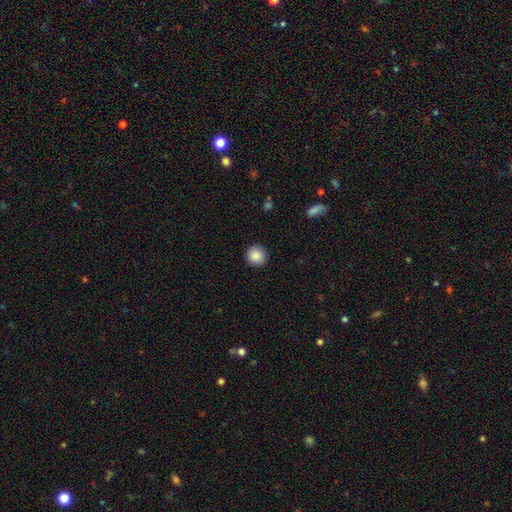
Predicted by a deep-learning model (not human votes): smooth 88%, star or artifact 9%, featured or disk 4%. Down the decision tree: how rounded — round (93%); merging — none (91%).